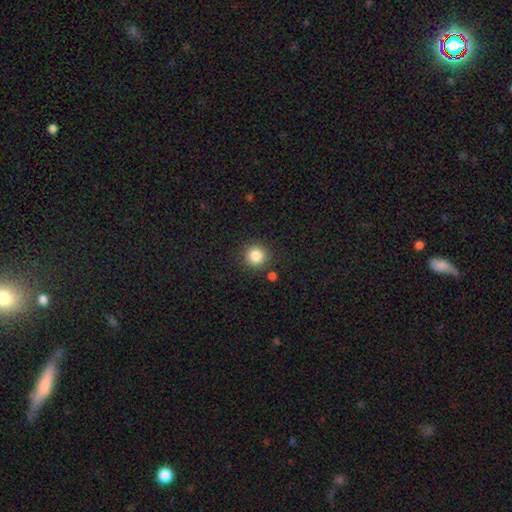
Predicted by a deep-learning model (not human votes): This is clearly a smooth galaxy (84%). How rounded: clearly round (94%). Merging: clearly none (87%).